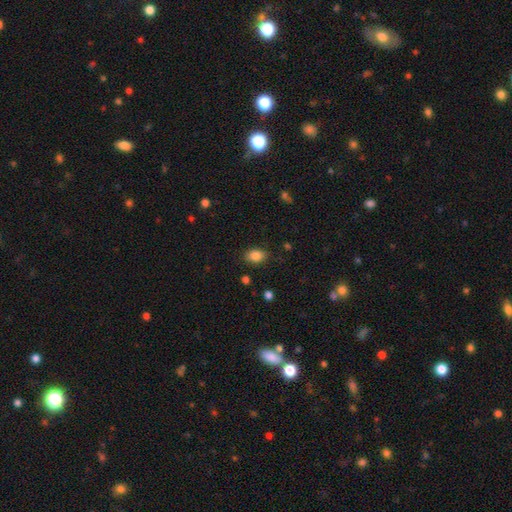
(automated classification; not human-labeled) This appears to be a smooth galaxy with no disk features (84%) that is in between round and cigar-shaped (81%). Merging: none (83%).